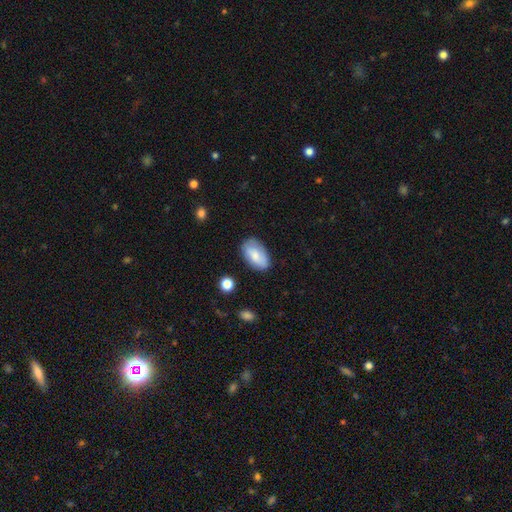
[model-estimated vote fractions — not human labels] Smooth or featured: smooth — 75% (featured or disk — 18%)
How rounded: in between — 94% (round — 4%)
Merging: none — 78% (minor disturbance — 17%)